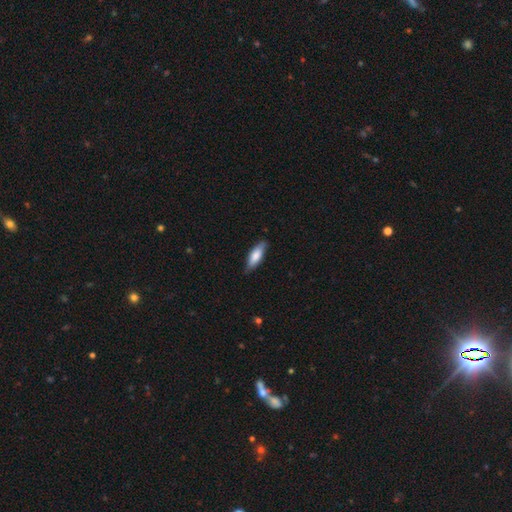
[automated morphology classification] smooth-or-featured: smooth: 77% | featured or disk: 17% | star or artifact: 5%
  how-rounded: in between: 61% | cigar-shaped: 37% | round: 2%
  merging: none: 80% | minor disturbance: 16% | major disturbance: 2% | merger: 1%